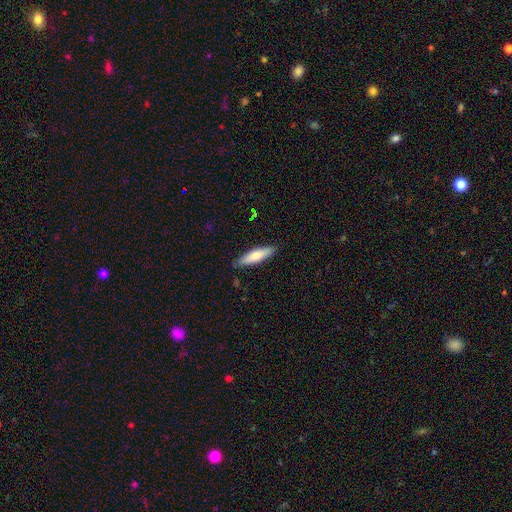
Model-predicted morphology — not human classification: A smooth galaxy with no disk features (68%) that is cigar-shaped (66%).

Vote fractions:
- Smooth or featured? smooth: 68% / featured or disk: 26% / star or artifact: 6%
- How rounded? cigar-shaped: 66% / in between: 33% / round: 2%
- Merging? none: 86% / minor disturbance: 11% / major disturbance: 2% / merger: 1%